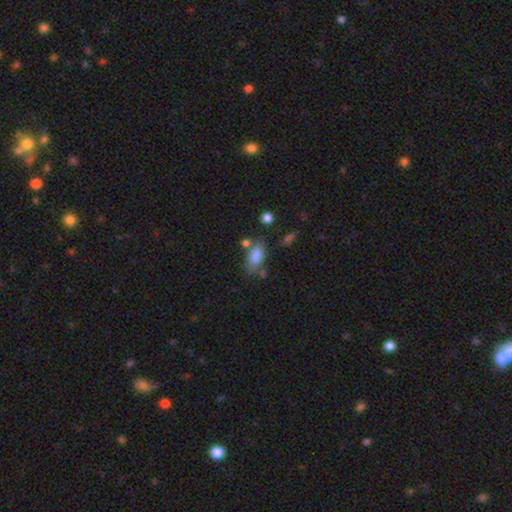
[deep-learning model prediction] Smooth or featured?
  - smooth: 82% *
  - star or artifact: 9%
  - featured or disk: 9%
How rounded?
  - in between: 89% *
  - round: 6%
  - cigar-shaped: 5%
Merging?
  - none: 56% *
  - minor disturbance: 21%
  - merger: 15%
  - major disturbance: 8%